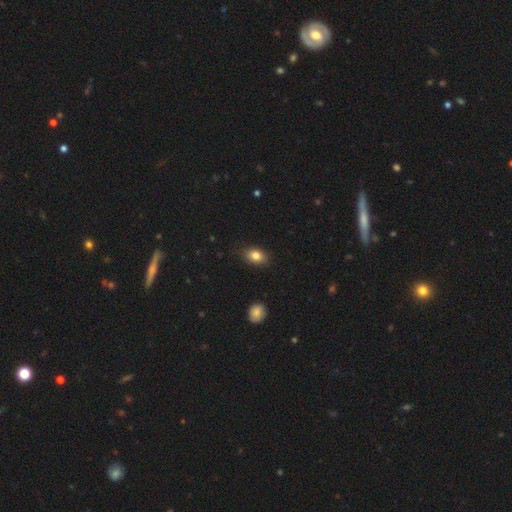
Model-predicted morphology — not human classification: Smooth or featured? Predicted: smooth (p=0.84). How rounded? Predicted: in between (p=0.81). Merging? Predicted: none (p=0.84).